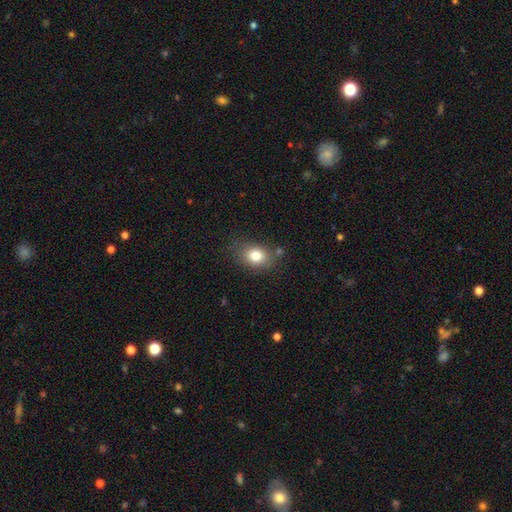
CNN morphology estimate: Smooth or featured: smooth — 80% (star or artifact — 10%)
How rounded: in between — 66% (round — 33%)
Merging: none — 75% (minor disturbance — 16%)